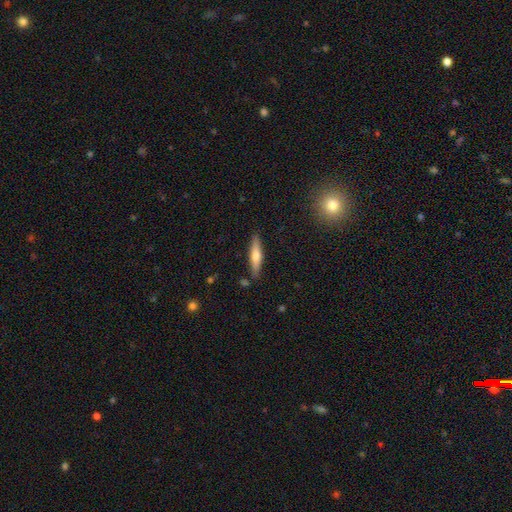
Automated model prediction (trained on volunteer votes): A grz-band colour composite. It shows a smooth galaxy with no disk features (50%). Merging: none (87%).